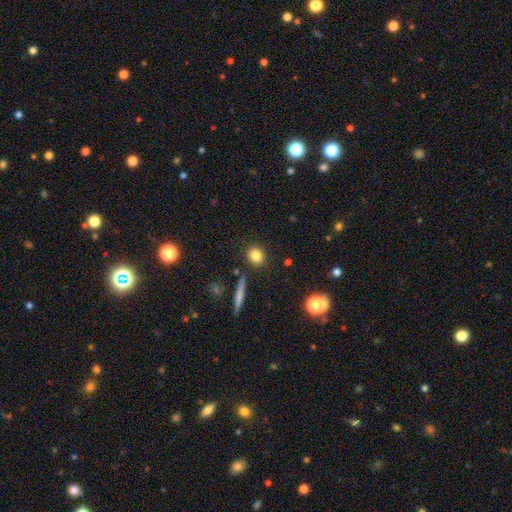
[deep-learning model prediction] Smooth or featured: smooth — 81% (star or artifact — 10%)
How rounded: round — 75% (in between — 22%)
Merging: none — 86% (minor disturbance — 8%)